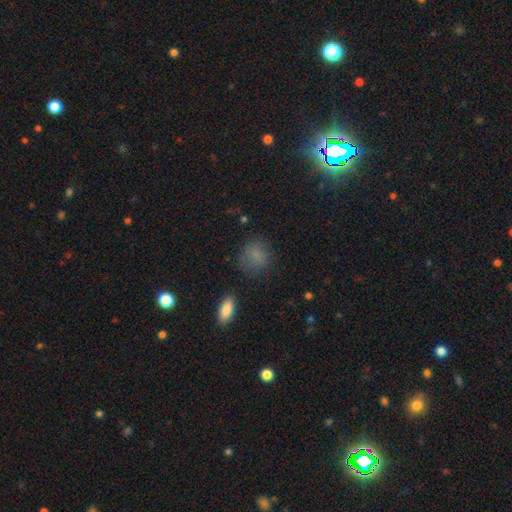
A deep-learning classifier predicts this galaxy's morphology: A smooth galaxy with no disk features (80%) that is round (70%).

Vote fractions:
- Smooth or featured? smooth: 80% / star or artifact: 12% / featured or disk: 8%
- How rounded? round: 70% / in between: 29% / cigar-shaped: 2%
- Merging? none: 72% / minor disturbance: 18% / major disturbance: 7% / merger: 2%